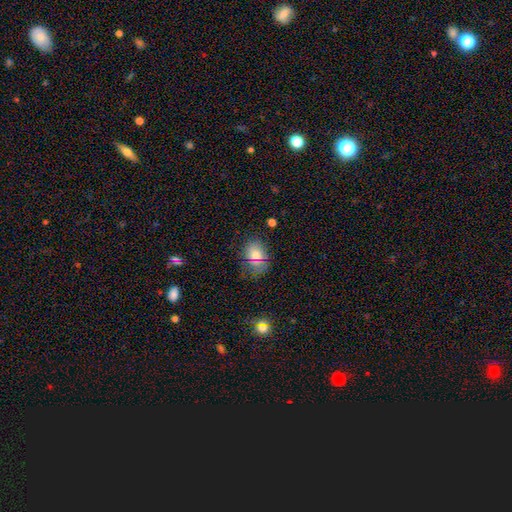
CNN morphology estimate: Smooth or featured: smooth — 72% (star or artifact — 17%)
How rounded: in between — 68% (round — 30%)
Merging: none — 73% (minor disturbance — 18%)